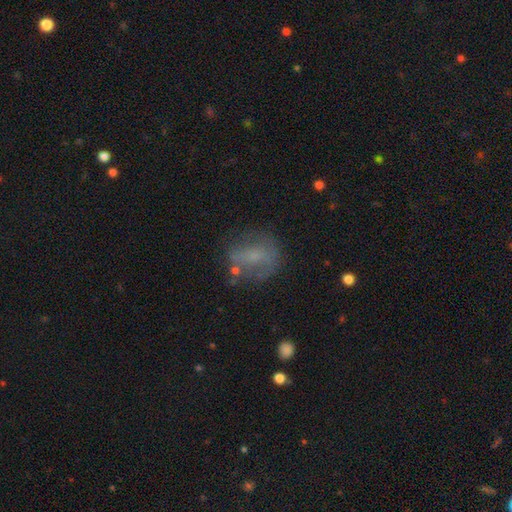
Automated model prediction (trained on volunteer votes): smooth-or-featured: smooth: 49% | featured or disk: 37% | star or artifact: 14%
  merging: none: 55% | minor disturbance: 22% | major disturbance: 18% | merger: 5%